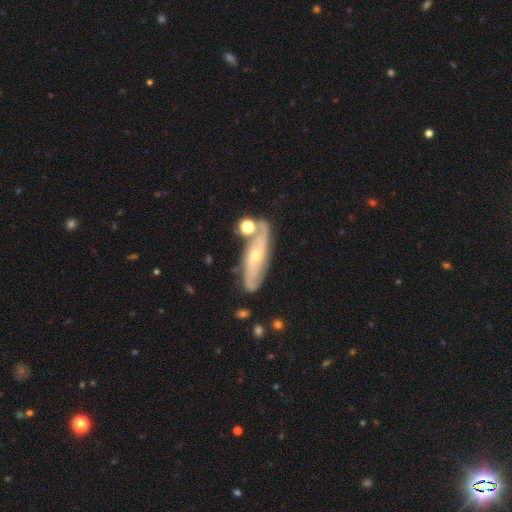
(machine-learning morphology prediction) type=featured or disk (72%); edge-on=no (75%); bar=no (67%); spiral arms=yes (81%); bulge=small (63%); merging=none (67%).